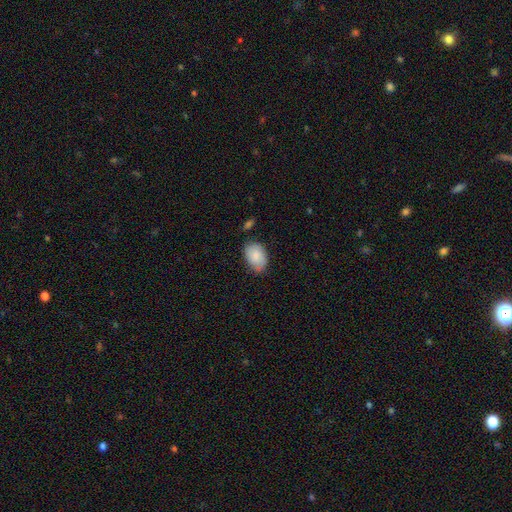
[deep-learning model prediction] The model was most divided on "merging": none: 66%, minor disturbance: 26%, major disturbance: 5%, merger: 3%. More confident: how rounded — in between (87%); smooth or featured — smooth (80%).